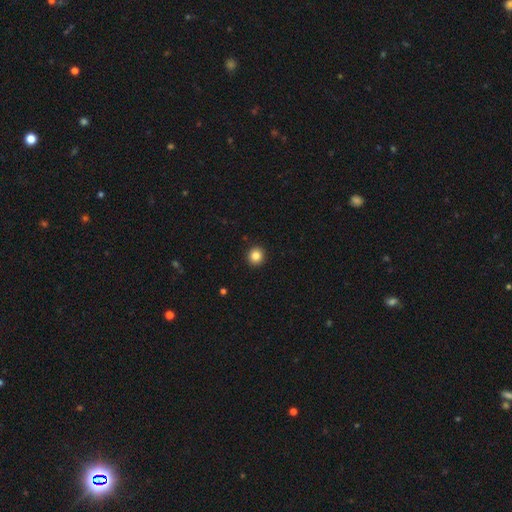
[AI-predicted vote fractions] Q: Smooth or featured?
A: smooth (85%); runner-up: star or artifact (11%)
Q: How rounded?
A: round (91%); runner-up: in between (8%)
Q: Merging?
A: none (93%); runner-up: minor disturbance (5%)